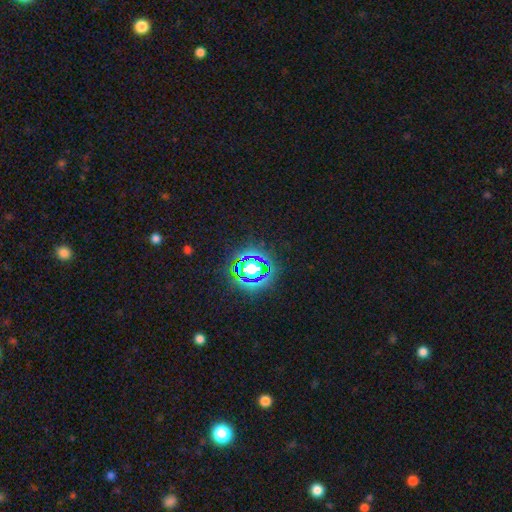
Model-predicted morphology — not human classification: smooth_or_featured: star or artifact (p=0.81) [alt: smooth p=0.13]